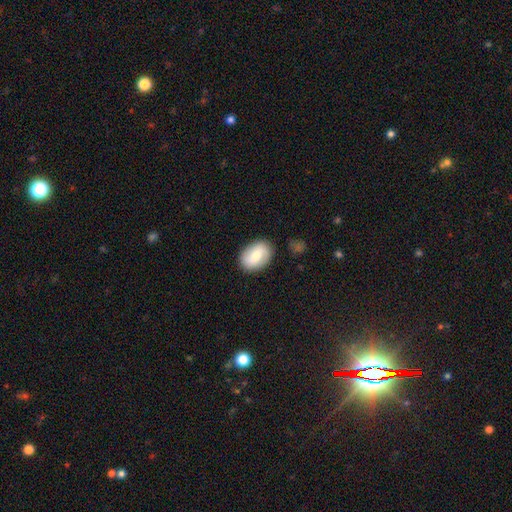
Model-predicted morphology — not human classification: A smooth galaxy with no disk features (66%) that is in between round and cigar-shaped (81%). Merging: none (84%).